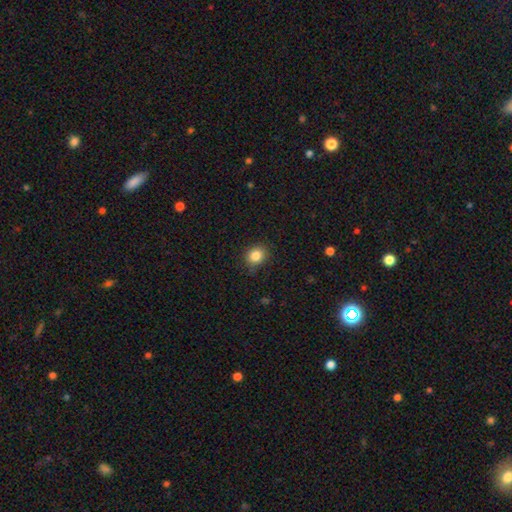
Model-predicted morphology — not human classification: Overall: smooth (85%). How rounded: round (63%; in between 36%). Merging: none (84%).